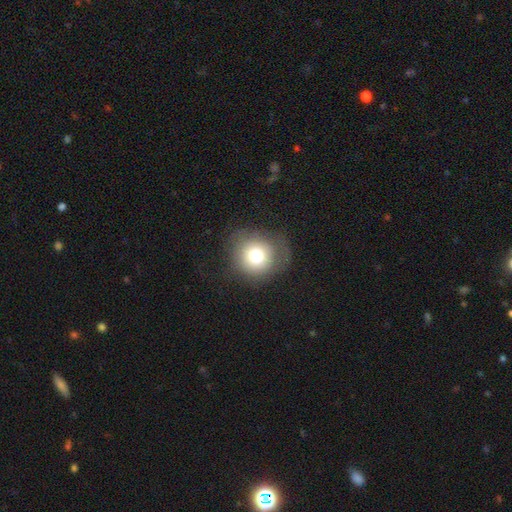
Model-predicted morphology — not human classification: The model was most divided on "merging": none: 71%, minor disturbance: 17%, major disturbance: 11%, merger: 1%. More confident: how rounded — round (89%); smooth or featured — smooth (73%).